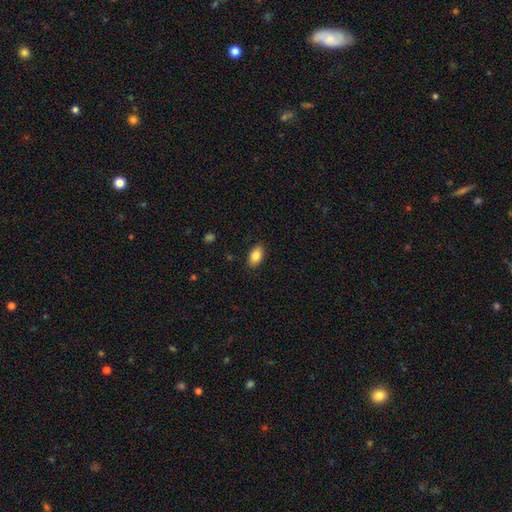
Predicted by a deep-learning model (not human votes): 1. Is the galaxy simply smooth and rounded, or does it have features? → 86% smooth, 7% star or artifact, 7% featured or disk.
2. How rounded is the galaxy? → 93% in between, 5% round, 2% cigar-shaped.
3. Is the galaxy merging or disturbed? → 88% none, 9% minor disturbance, 2% major disturbance, 1% merger.